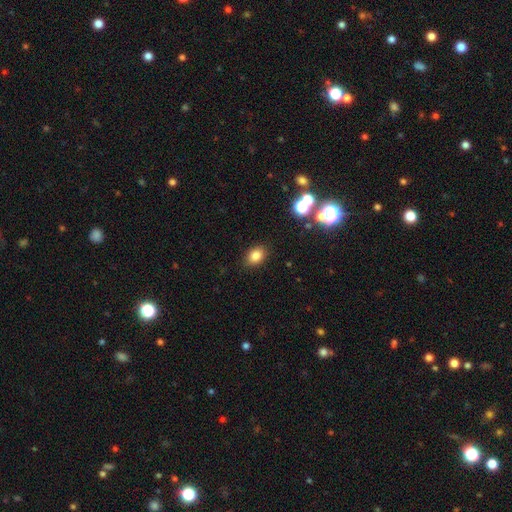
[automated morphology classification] The model was most divided on "how rounded": in between: 72%, round: 27%, cigar-shaped: 1%. More confident: merging — none (86%); smooth or featured — smooth (81%).